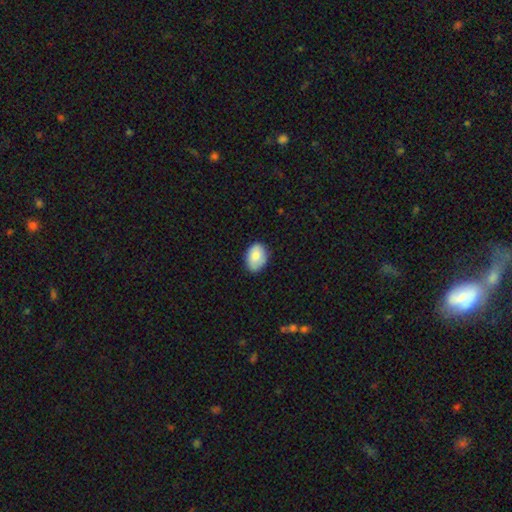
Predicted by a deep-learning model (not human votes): smooth 81%, featured or disk 12%, star or artifact 7%. Down the decision tree: how rounded — in between (79%); merging — none (78%).